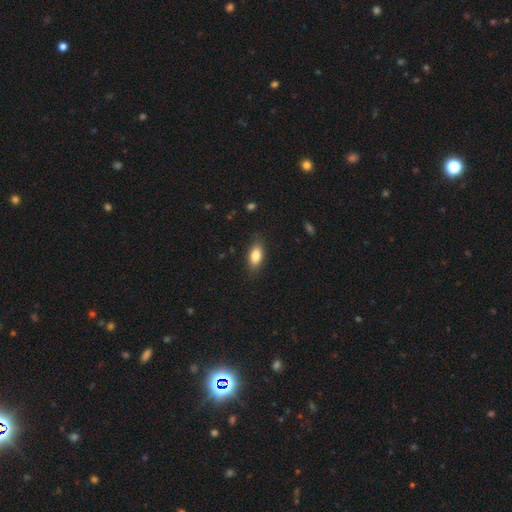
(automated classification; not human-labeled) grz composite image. It shows a smooth galaxy with no disk features (82%) that is in between round and cigar-shaped (86%). Merging: none (83%).